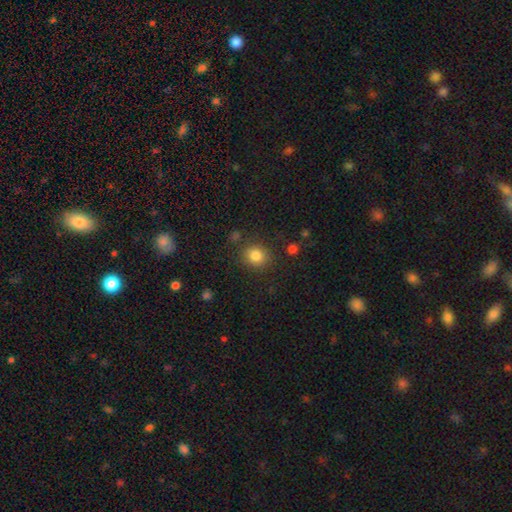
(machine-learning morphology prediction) smooth_or_featured: smooth (p=0.83) [alt: star or artifact p=0.11]
how_rounded: round (p=0.79) [alt: in between p=0.20]
merging: none (p=0.84) [alt: minor disturbance p=0.10]